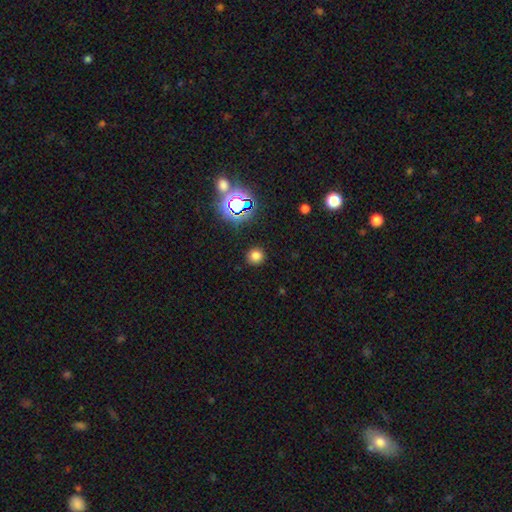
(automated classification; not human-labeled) This is likely a smooth galaxy (74%). How rounded: clearly round (90%). Merging: clearly none (89%).